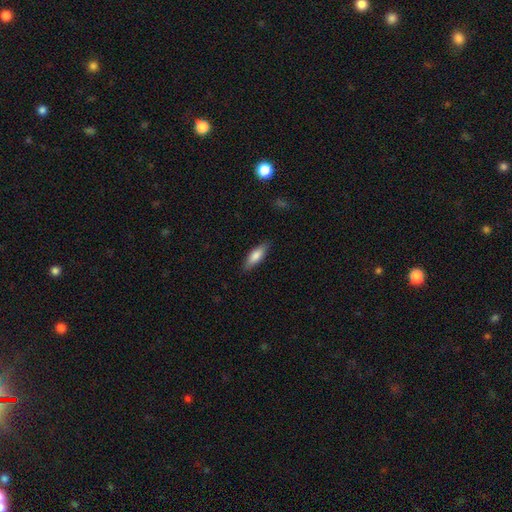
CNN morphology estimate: Smooth or featured?
  - smooth: 78% *
  - featured or disk: 16%
  - star or artifact: 6%
How rounded?
  - in between: 53% *
  - cigar-shaped: 46%
  - round: 2%
Merging?
  - none: 85% *
  - minor disturbance: 11%
  - major disturbance: 2%
  - merger: 1%